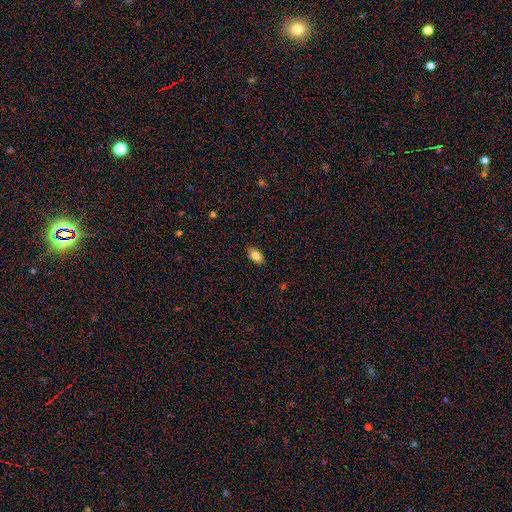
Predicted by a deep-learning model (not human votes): A smooth galaxy with no disk features (82%) that is in between round and cigar-shaped (90%). Merging: none (88%).